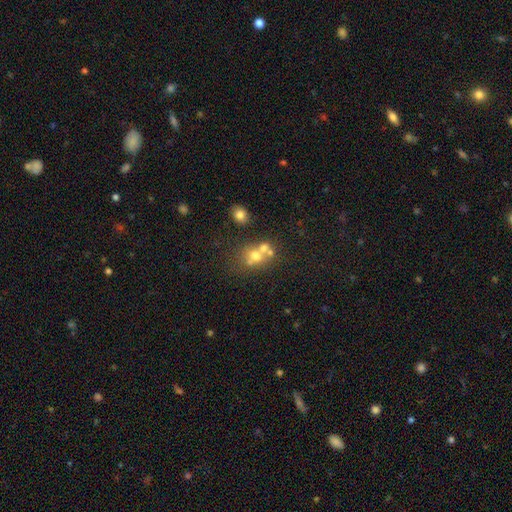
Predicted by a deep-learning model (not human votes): smooth_or_featured: smooth (p=0.58) [alt: featured or disk p=0.25]
how_rounded: round (p=0.70) [alt: in between p=0.29]
merging: merger (p=0.48) [alt: none p=0.38]